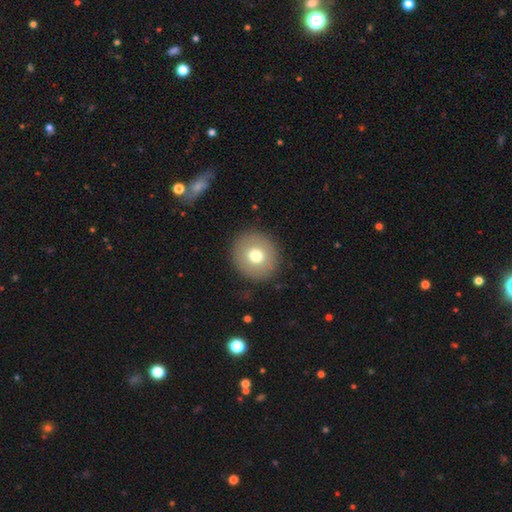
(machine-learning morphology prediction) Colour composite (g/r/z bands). It shows a smooth galaxy with no disk features (72%) that is round (89%). Merging: none (89%).